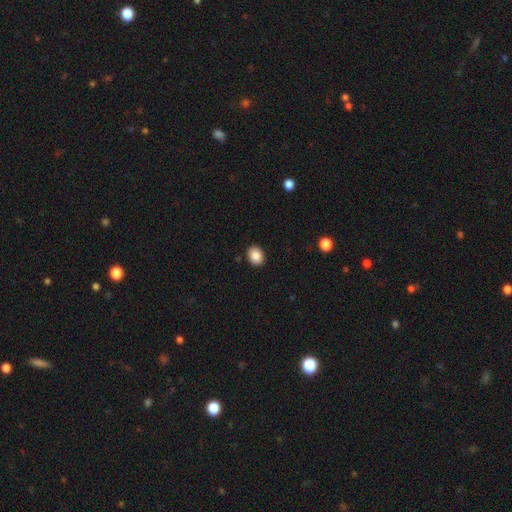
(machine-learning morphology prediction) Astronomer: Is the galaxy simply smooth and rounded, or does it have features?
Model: smooth — 87%.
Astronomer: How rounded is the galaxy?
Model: in between — 54% (runner-up: round, 45%).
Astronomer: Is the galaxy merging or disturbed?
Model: none — 91%.